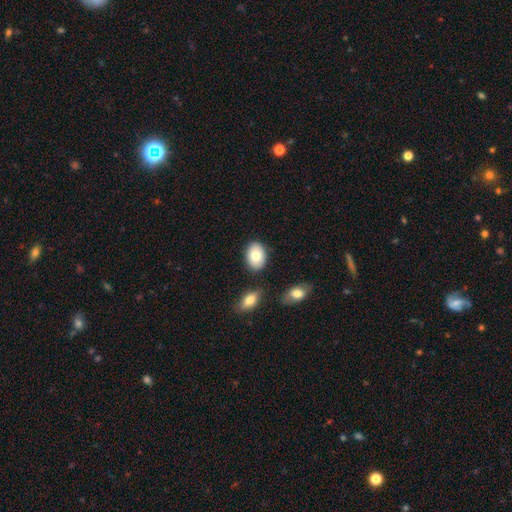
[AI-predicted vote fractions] Morphology: type=smooth (80%); roundness=in between (84%); merging=none (82%).